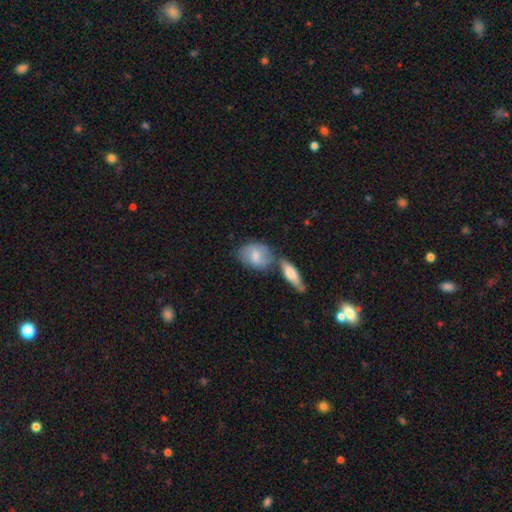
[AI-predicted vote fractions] Smooth or featured?
  - smooth: 62% *
  - featured or disk: 32%
  - star or artifact: 6%
How rounded?
  - in between: 72% *
  - round: 23%
  - cigar-shaped: 4%
Merging?
  - none: 46% *
  - merger: 31%
  - minor disturbance: 17%
  - major disturbance: 6%